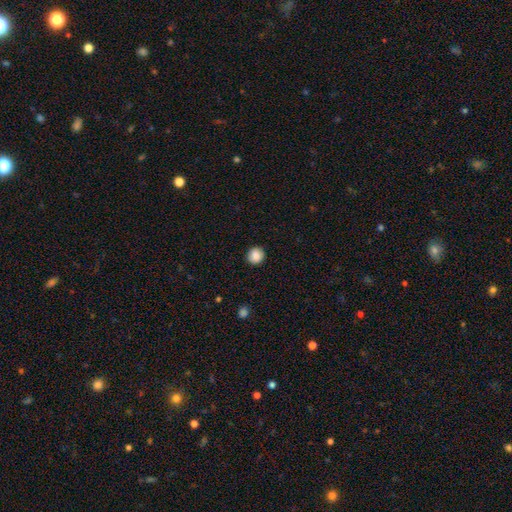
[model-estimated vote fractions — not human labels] smooth-or-featured: smooth: 87% | star or artifact: 9% | featured or disk: 4%
  how-rounded: round: 88% | in between: 11% | cigar-shaped: 1%
  merging: none: 91% | minor disturbance: 6% | major disturbance: 2% | merger: 1%